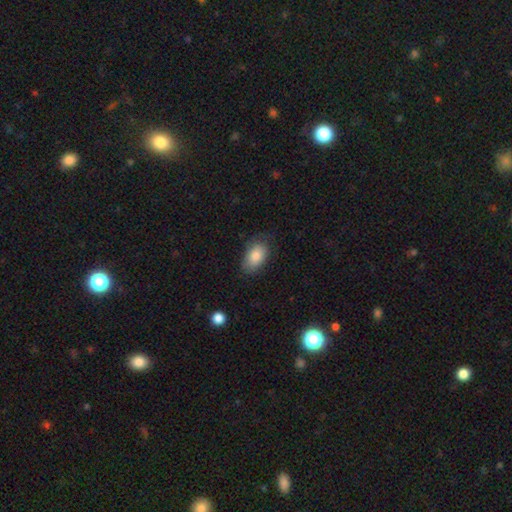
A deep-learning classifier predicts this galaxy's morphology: A smooth galaxy with no disk features (85%) that is in between round and cigar-shaped (91%).

Vote fractions:
- Smooth or featured? smooth: 85% / featured or disk: 8% / star or artifact: 7%
- How rounded? in between: 91% / round: 8% / cigar-shaped: 2%
- Merging? none: 77% / minor disturbance: 18% / major disturbance: 4% / merger: 1%